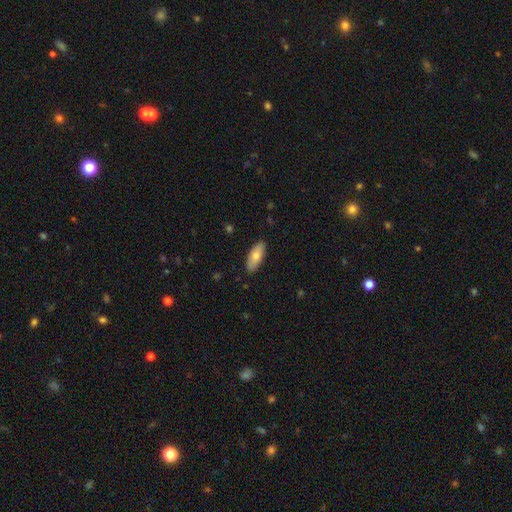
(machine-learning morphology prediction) smooth_or_featured: smooth (p=0.75) [alt: featured or disk p=0.19]
how_rounded: in between (p=0.78) [alt: cigar-shaped p=0.20]
merging: none (p=0.88) [alt: minor disturbance p=0.09]